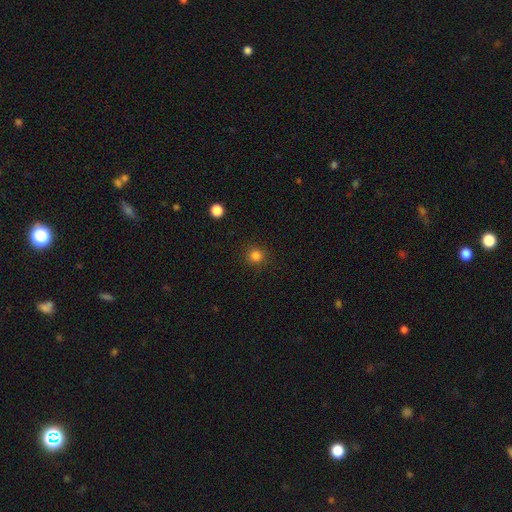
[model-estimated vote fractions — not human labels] Q: Smooth or featured?
A: smooth (83%); runner-up: star or artifact (13%)
Q: How rounded?
A: round (93%); runner-up: in between (6%)
Q: Merging?
A: none (89%); runner-up: minor disturbance (7%)